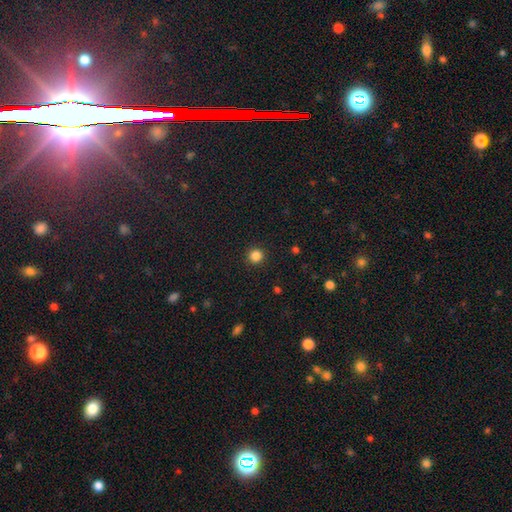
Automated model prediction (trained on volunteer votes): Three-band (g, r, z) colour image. It shows a smooth galaxy with no disk features (85%) that is round (95%). Merging: none (92%).